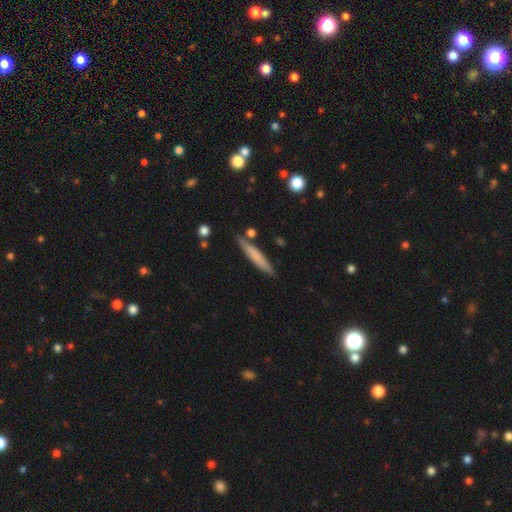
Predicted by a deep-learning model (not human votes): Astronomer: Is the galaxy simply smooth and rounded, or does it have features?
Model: smooth — 69%.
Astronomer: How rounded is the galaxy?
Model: cigar-shaped — 92%.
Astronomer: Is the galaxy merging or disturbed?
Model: none — 83%.